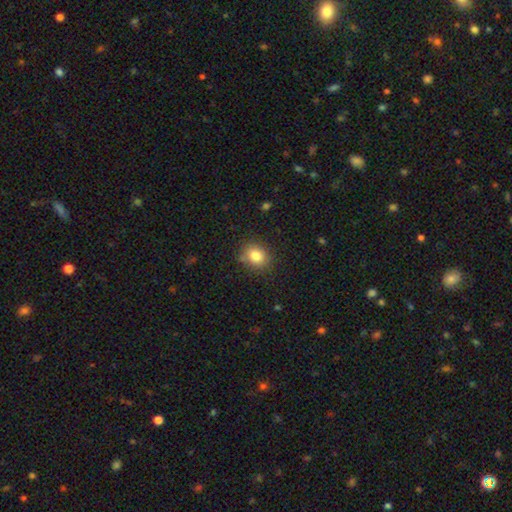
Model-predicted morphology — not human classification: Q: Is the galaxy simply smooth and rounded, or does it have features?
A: smooth — 81%.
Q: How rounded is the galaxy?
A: round — 63%.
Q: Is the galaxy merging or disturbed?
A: none — 83%.